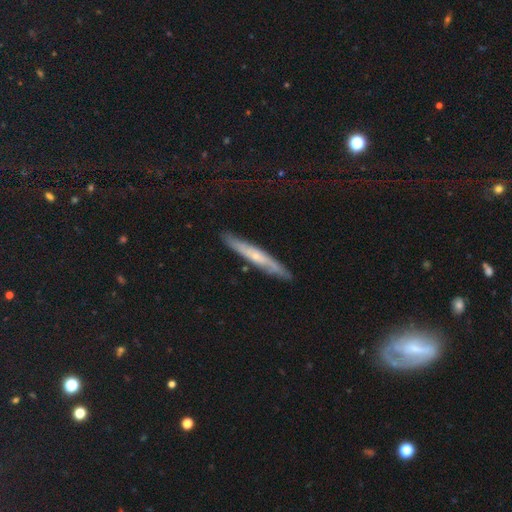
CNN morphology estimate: Smooth or featured? Predicted: featured or disk (p=0.58). Edge-on disk? Predicted: yes (p=0.77). Merging? Predicted: none (p=0.84).